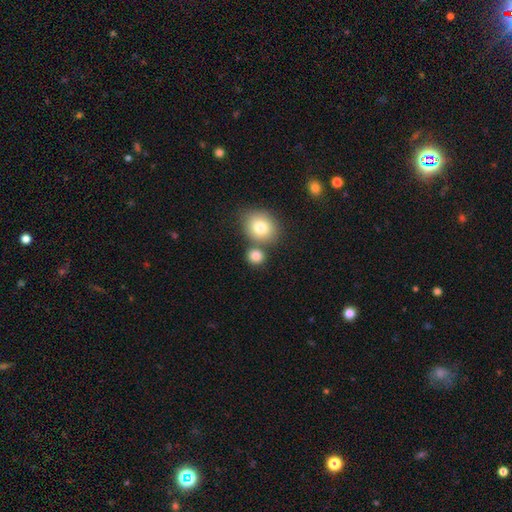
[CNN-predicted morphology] smooth-or-featured: smooth: 83% | star or artifact: 10% | featured or disk: 7%
  how-rounded: round: 80% | in between: 19% | cigar-shaped: 1%
  merging: none: 63% | merger: 25% | minor disturbance: 9% | major disturbance: 3%